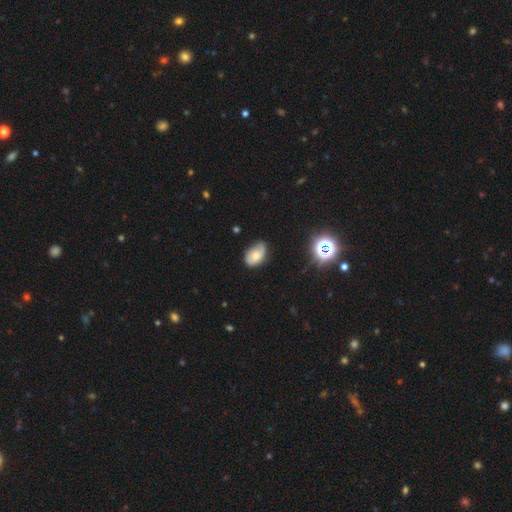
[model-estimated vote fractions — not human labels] Smooth or featured?
  - smooth: 64% *
  - featured or disk: 25%
  - star or artifact: 11%
How rounded?
  - in between: 88% *
  - round: 11%
  - cigar-shaped: 1%
Merging?
  - none: 56% *
  - minor disturbance: 35%
  - major disturbance: 8%
  - merger: 2%